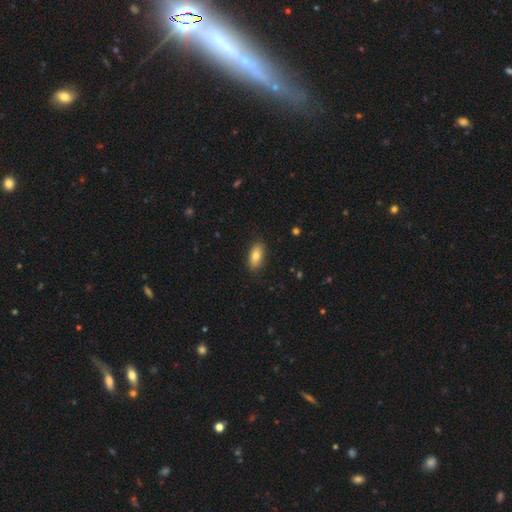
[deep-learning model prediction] This appears to be a smooth galaxy with no disk features (80%) that is in between round and cigar-shaped (88%). Merging: none (87%).